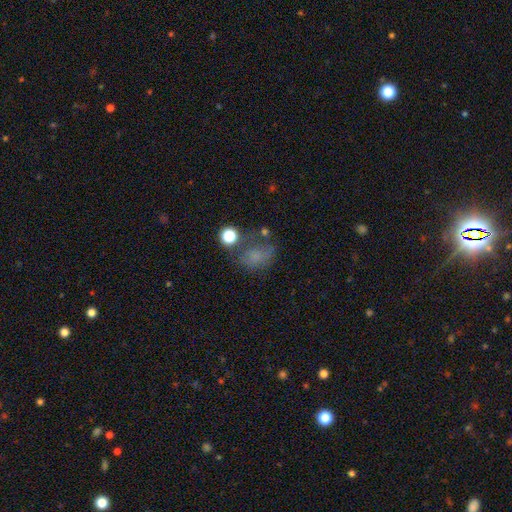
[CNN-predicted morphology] smooth-or-featured: smooth: 59% | star or artifact: 22% | featured or disk: 19%
  how-rounded: in between: 55% | round: 43% | cigar-shaped: 2%
  merging: none: 42% | major disturbance: 25% | minor disturbance: 23% | merger: 10%